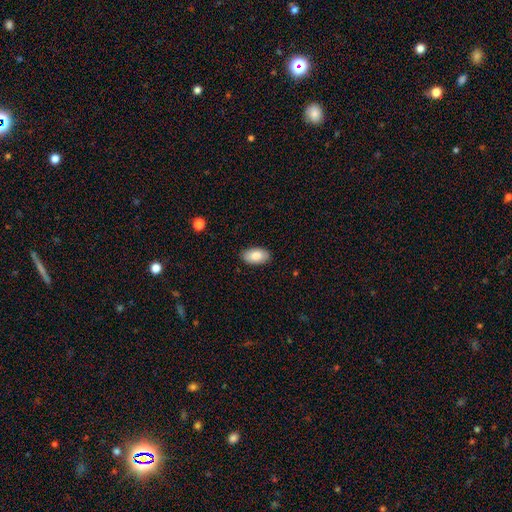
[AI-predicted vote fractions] A smooth galaxy with no disk features (86%) that is in between round and cigar-shaped (95%). Merging: none (88%).